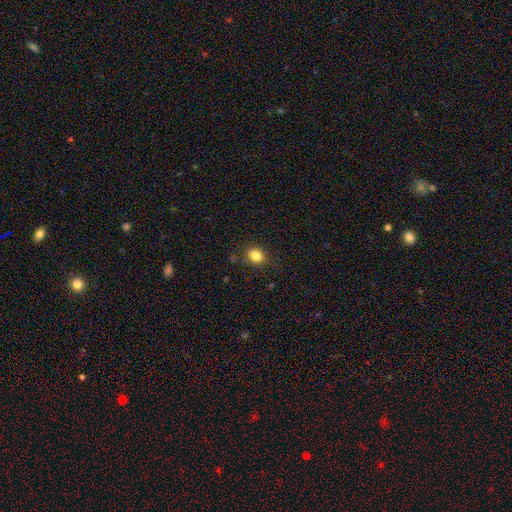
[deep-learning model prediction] Q: Smooth or featured?
A: smooth (83%); runner-up: star or artifact (12%)
Q: How rounded?
A: round (62%); runner-up: in between (37%)
Q: Merging?
A: none (83%); runner-up: minor disturbance (12%)